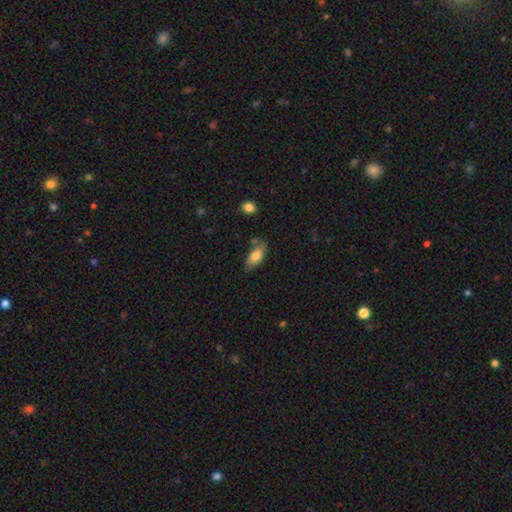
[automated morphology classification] Smooth or featured? smooth (77%)
How rounded? in between (85%)
Merging? none (72%)